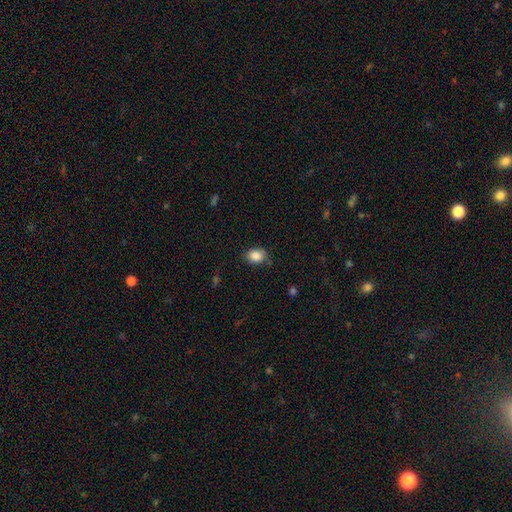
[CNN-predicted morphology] This appears to be a smooth galaxy with no disk features (87%) that is in between round and cigar-shaped (60%). Merging: none (80%).